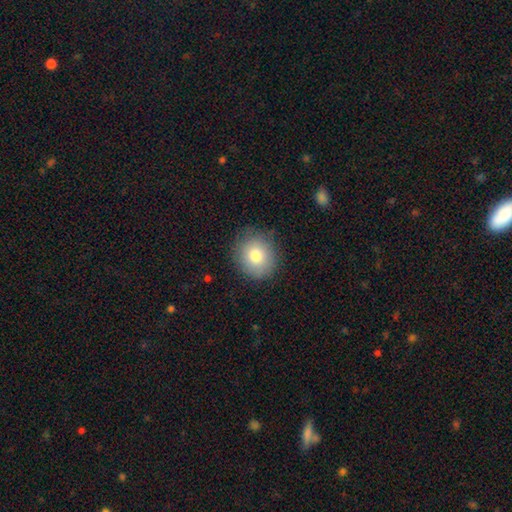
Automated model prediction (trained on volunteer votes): Q: Smooth or featured?
A: smooth (81%); runner-up: featured or disk (10%)
Q: How rounded?
A: round (77%); runner-up: in between (22%)
Q: Merging?
A: none (83%); runner-up: minor disturbance (13%)